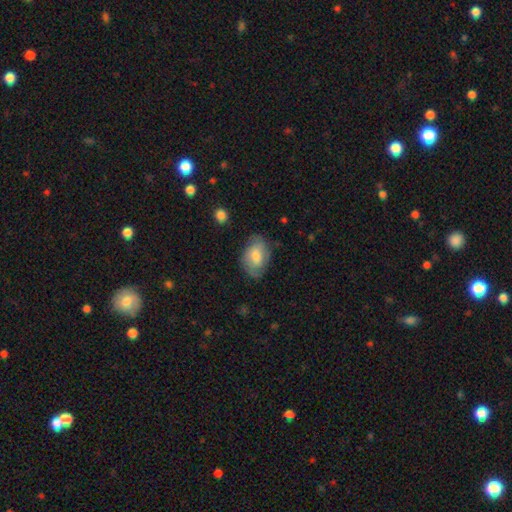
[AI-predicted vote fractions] smooth_or_featured: smooth (p=0.60) [alt: featured or disk p=0.33]
how_rounded: in between (p=0.86) [alt: round p=0.13]
merging: none (p=0.66) [alt: minor disturbance p=0.24]